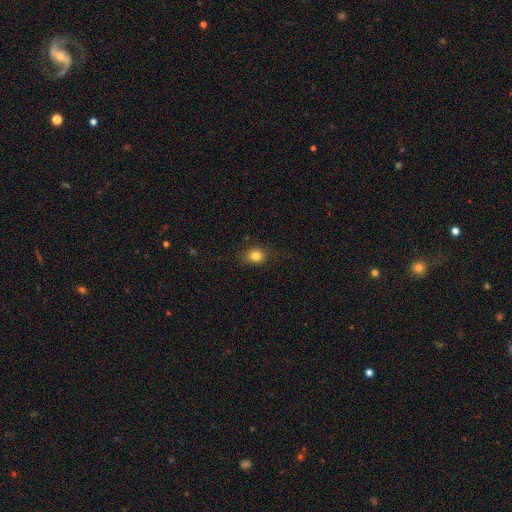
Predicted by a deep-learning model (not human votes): Overall: smooth (81%). How rounded: round (69%; in between 30%). Merging: none (84%).